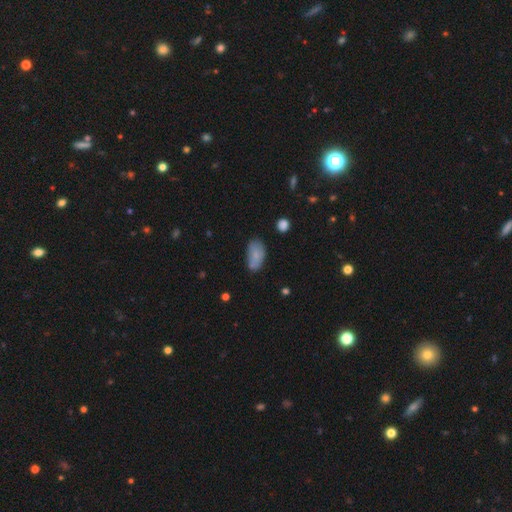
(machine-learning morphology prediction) This is likely a smooth galaxy (79%). How rounded: clearly in between (92%). Merging: likely none (61%).